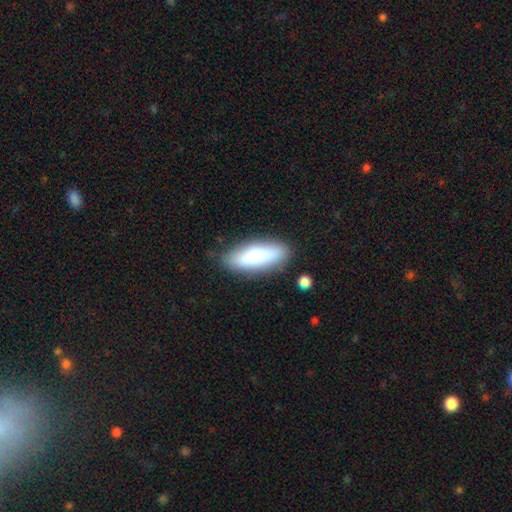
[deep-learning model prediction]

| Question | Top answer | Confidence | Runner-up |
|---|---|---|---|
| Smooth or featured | smooth | 78% | featured or disk (15%) |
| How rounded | in between | 66% | cigar-shaped (32%) |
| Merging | none | 80% | minor disturbance (14%) |